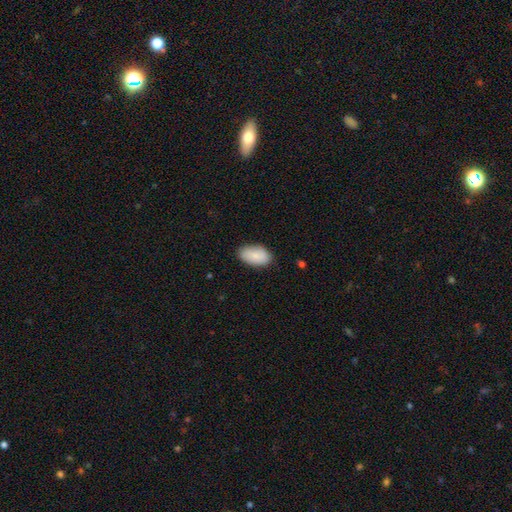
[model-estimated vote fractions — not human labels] smooth-or-featured: smooth: 85% | featured or disk: 9% | star or artifact: 6%
  how-rounded: in between: 94% | round: 4% | cigar-shaped: 2%
  merging: none: 84% | minor disturbance: 13% | major disturbance: 2% | merger: 1%